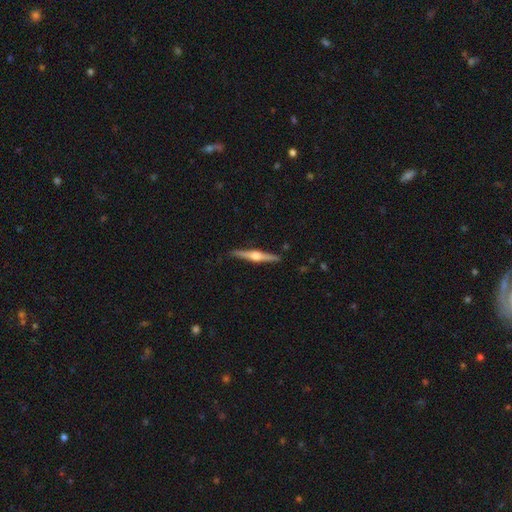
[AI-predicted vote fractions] The model was most divided on "smooth or featured": featured or disk: 79%, smooth: 16%, star or artifact: 5%. More confident: edge-on disk — yes (98%); edge-on bulge — rounded (94%); merging — none (91%).